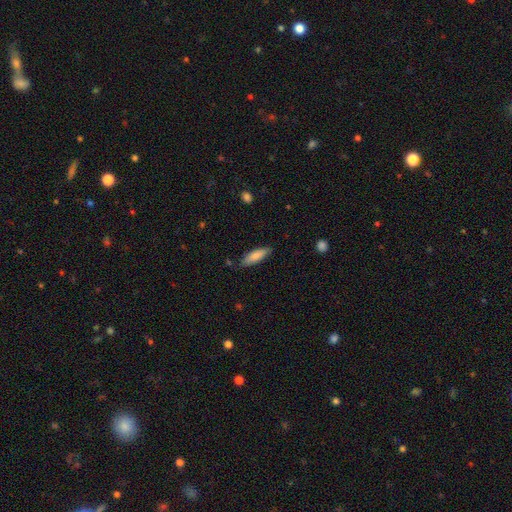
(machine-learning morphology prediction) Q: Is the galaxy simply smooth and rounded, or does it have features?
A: smooth — 82%.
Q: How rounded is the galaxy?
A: cigar-shaped — 53%.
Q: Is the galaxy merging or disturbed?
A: none — 82%.